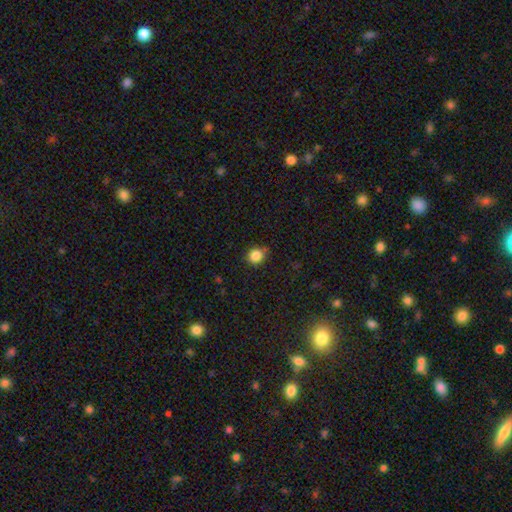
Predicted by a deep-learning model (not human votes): Morphology: type=smooth (85%); roundness=round (88%); merging=none (80%).